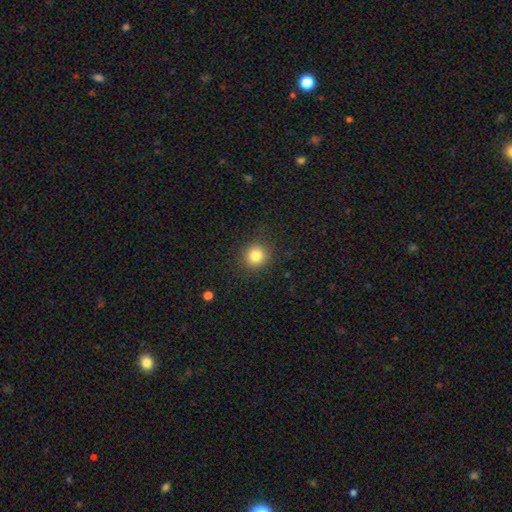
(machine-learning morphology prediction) smooth_or_featured: smooth (p=0.82) [alt: star or artifact p=0.12]
how_rounded: round (p=0.92) [alt: in between p=0.07]
merging: none (p=0.89) [alt: minor disturbance p=0.07]